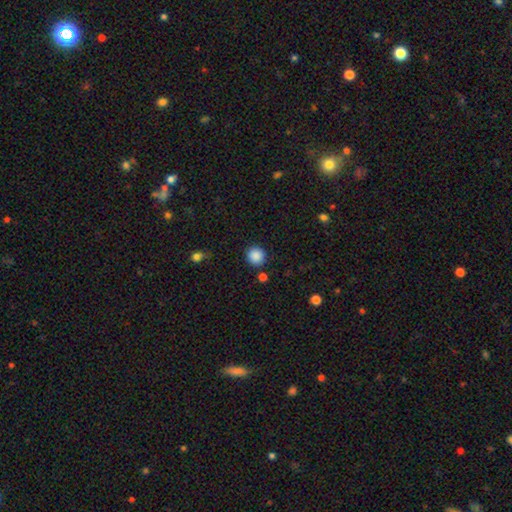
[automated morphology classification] Smooth or featured? Predicted: smooth (p=0.88). How rounded? Predicted: round (p=0.92). Merging? Predicted: none (p=0.88).